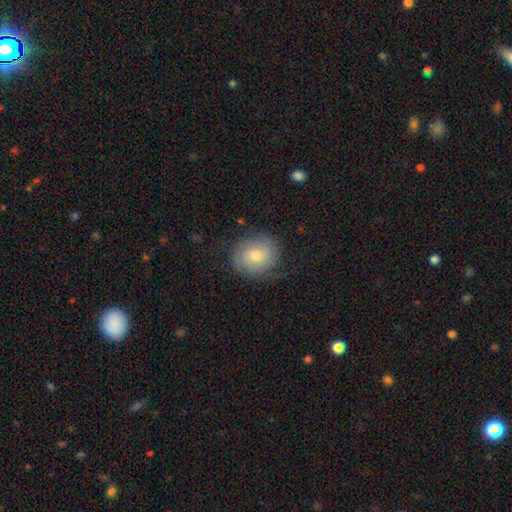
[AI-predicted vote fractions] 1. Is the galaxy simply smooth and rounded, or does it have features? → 57% featured or disk, 34% smooth, 9% star or artifact.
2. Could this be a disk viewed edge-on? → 97% no, 3% yes.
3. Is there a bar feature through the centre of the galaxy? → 70% no, 26% weak, 4% strong.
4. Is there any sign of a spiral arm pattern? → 90% yes, 10% no.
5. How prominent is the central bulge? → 55% moderate, 35% small, 6% large, 3% none, 1% dominant.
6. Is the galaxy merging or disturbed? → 75% none, 17% minor disturbance, 7% major disturbance, 1% merger.